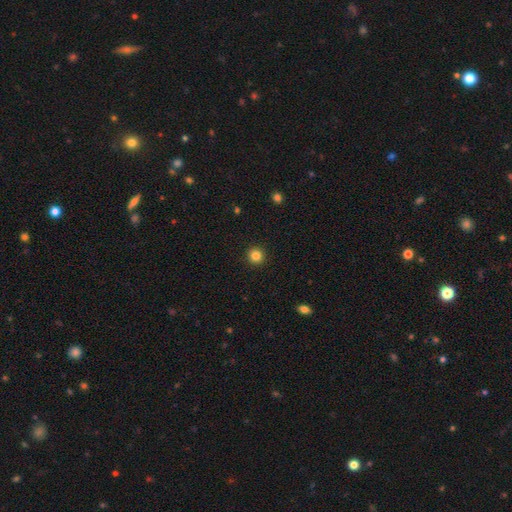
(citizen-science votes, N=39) A smooth galaxy with no disk features (90%) that is round (97%). Merging: none (95%).